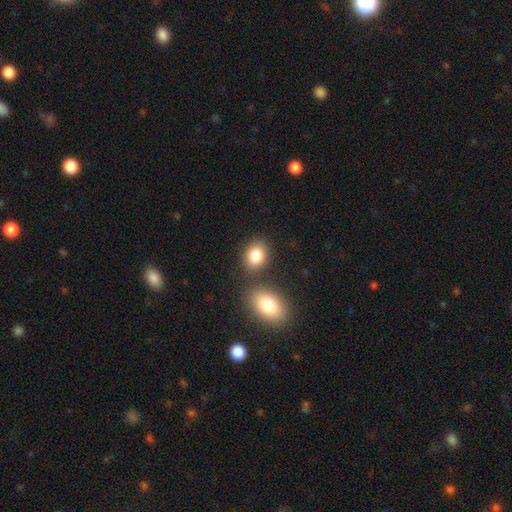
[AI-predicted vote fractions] Smooth or featured?
  - smooth: 83% *
  - star or artifact: 9%
  - featured or disk: 8%
How rounded?
  - in between: 59% *
  - round: 40%
  - cigar-shaped: 1%
Merging?
  - none: 68% *
  - merger: 18%
  - minor disturbance: 11%
  - major disturbance: 3%